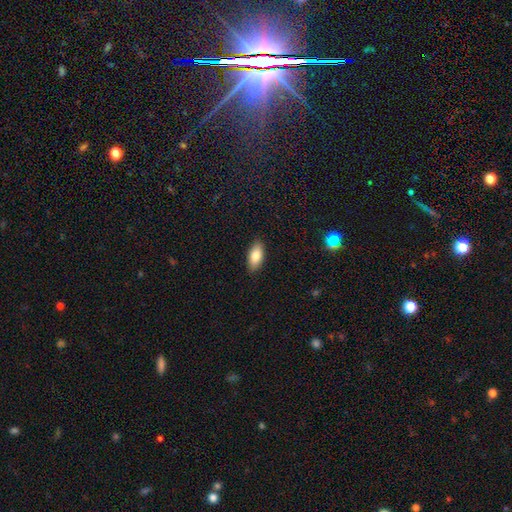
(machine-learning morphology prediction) This appears to be a smooth galaxy with no disk features (82%) that is in between round and cigar-shaped (89%). Merging: none (89%).